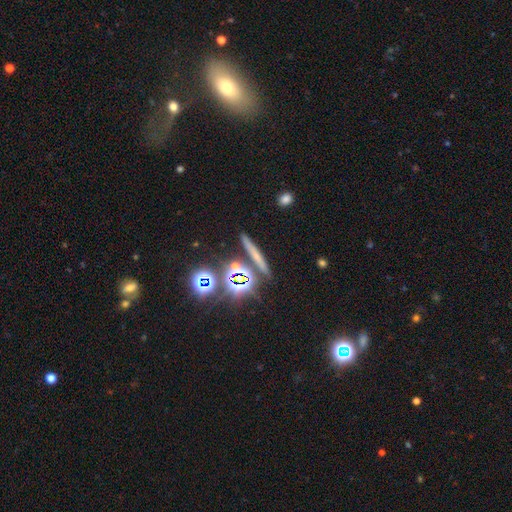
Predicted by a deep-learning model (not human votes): Smooth or featured: smooth — 48% (featured or disk — 26%)
Merging: none — 85% (minor disturbance — 7%)